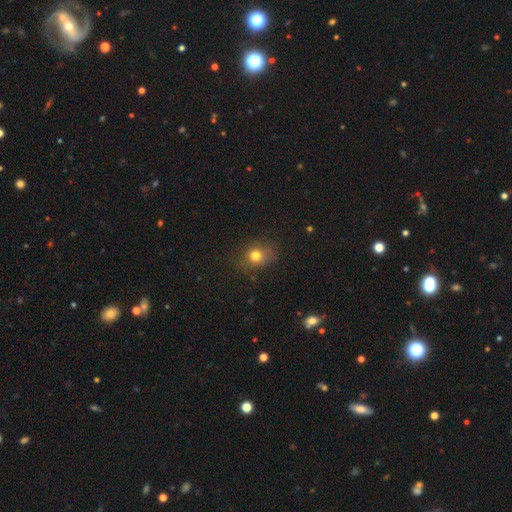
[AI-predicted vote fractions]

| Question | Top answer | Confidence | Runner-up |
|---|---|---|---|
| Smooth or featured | smooth | 76% | star or artifact (14%) |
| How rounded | round | 64% | in between (35%) |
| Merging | none | 71% | minor disturbance (19%) |